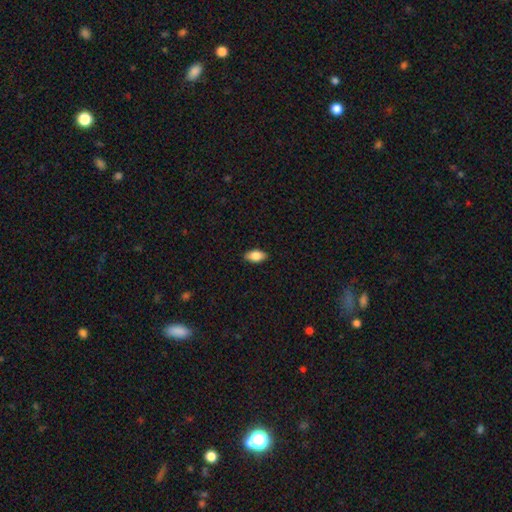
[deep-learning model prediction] smooth-or-featured: smooth: 83% | featured or disk: 10% | star or artifact: 7%
  how-rounded: in between: 91% | cigar-shaped: 5% | round: 4%
  merging: none: 88% | minor disturbance: 9% | major disturbance: 2% | merger: 1%